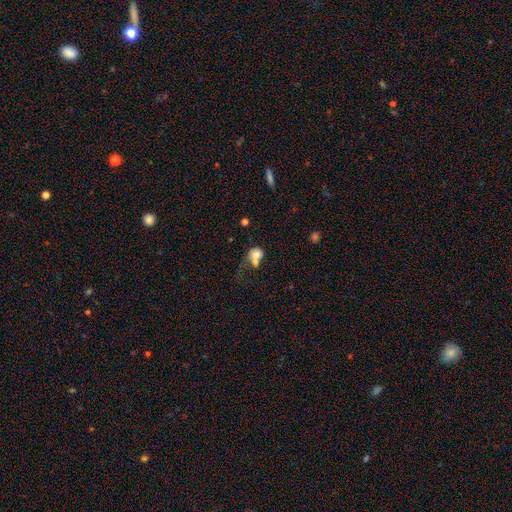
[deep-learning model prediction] Smooth or featured? smooth (70%)
How rounded? round (58%)
Merging? merger (48%)